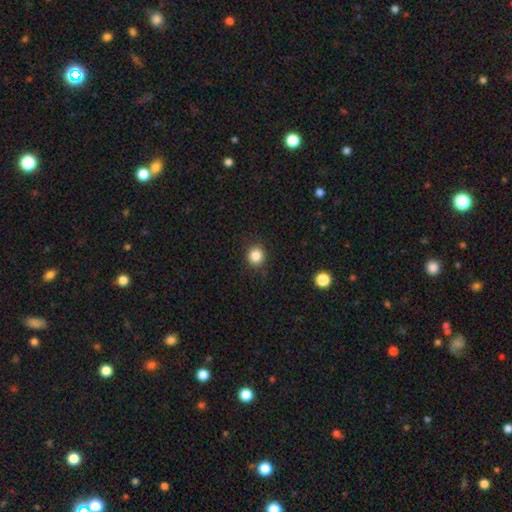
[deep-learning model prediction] The model was most divided on "smooth or featured": smooth: 84%, star or artifact: 11%, featured or disk: 4%. More confident: how rounded — round (90%); merging — none (87%).